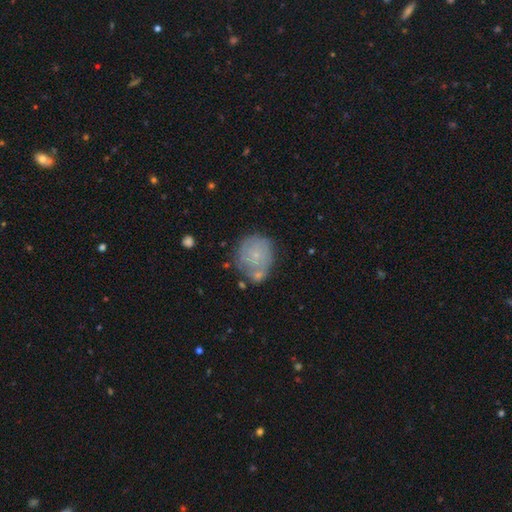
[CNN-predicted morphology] featured or disk 49%, smooth 41%, star or artifact 9%. Down the decision tree: merging — none (53%).